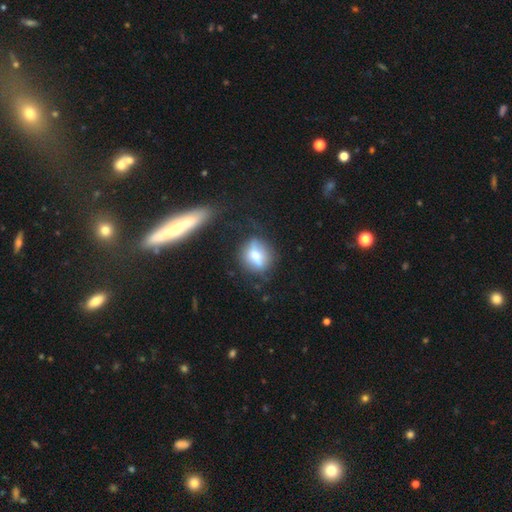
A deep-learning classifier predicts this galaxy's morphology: featured or disk 46%, smooth 44%, star or artifact 10%. Down the decision tree: merging — none (70%).